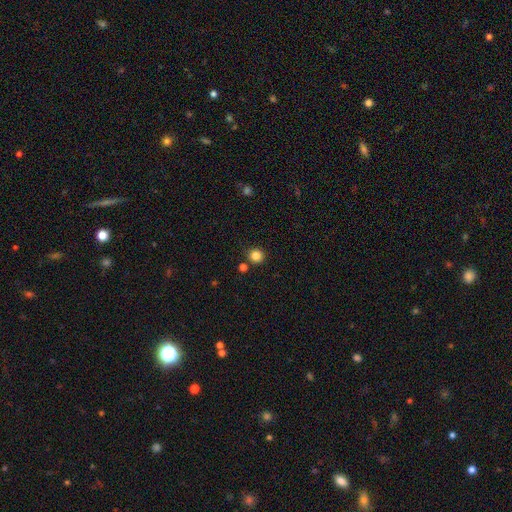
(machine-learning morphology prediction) Overall: smooth (84%). How rounded: round (92%). Merging: none (86%).